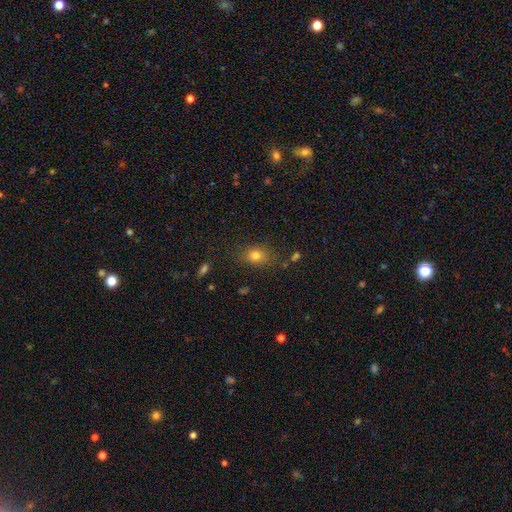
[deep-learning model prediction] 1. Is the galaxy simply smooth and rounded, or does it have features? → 77% smooth, 14% star or artifact, 10% featured or disk.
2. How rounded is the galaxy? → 61% in between, 37% round, 2% cigar-shaped.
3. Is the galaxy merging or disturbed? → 78% none, 14% minor disturbance, 5% major disturbance, 3% merger.